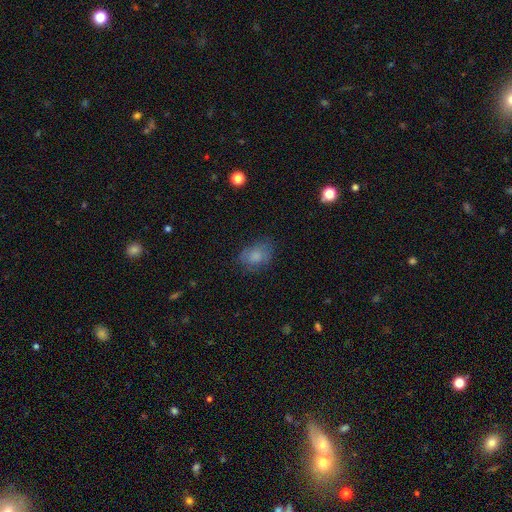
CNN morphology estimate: smooth-or-featured: smooth: 78% | featured or disk: 13% | star or artifact: 9%
  how-rounded: in between: 75% | round: 23% | cigar-shaped: 1%
  merging: none: 65% | minor disturbance: 24% | major disturbance: 9% | merger: 2%